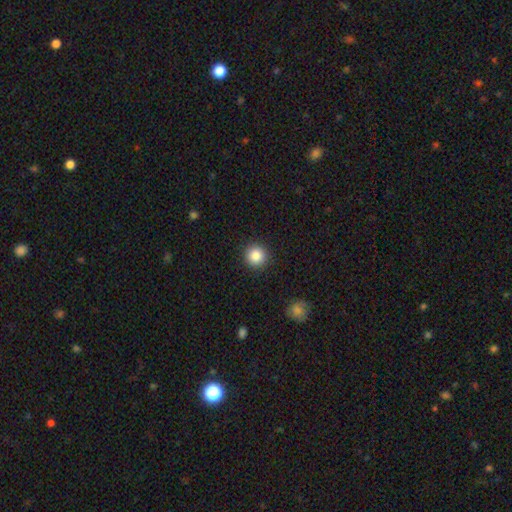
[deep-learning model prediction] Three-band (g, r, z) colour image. It shows a smooth galaxy with no disk features (86%) that is round (95%). Merging: none (92%).